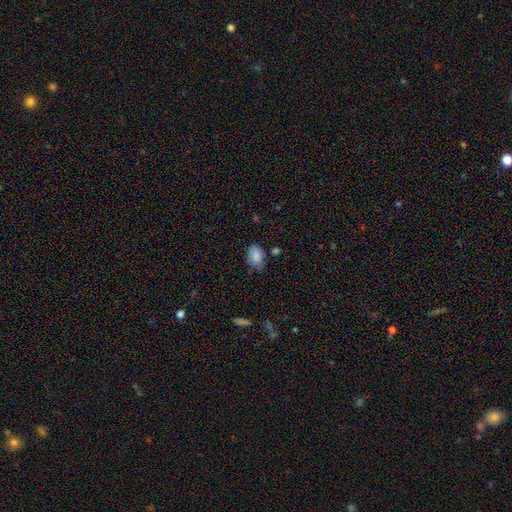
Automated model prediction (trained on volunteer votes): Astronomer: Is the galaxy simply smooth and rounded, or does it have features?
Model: smooth — 85%.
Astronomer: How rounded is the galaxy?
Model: in between — 83%.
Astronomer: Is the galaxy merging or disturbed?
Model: none — 64%.